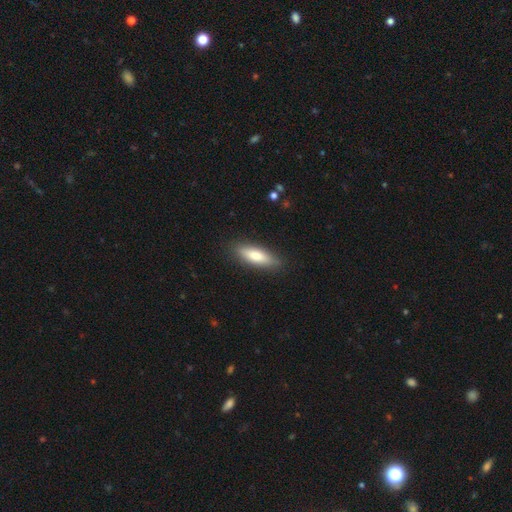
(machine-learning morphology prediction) The model was most divided on "how rounded": cigar-shaped: 50%, in between: 48%, round: 2%. More confident: merging — none (87%); smooth or featured — smooth (78%).